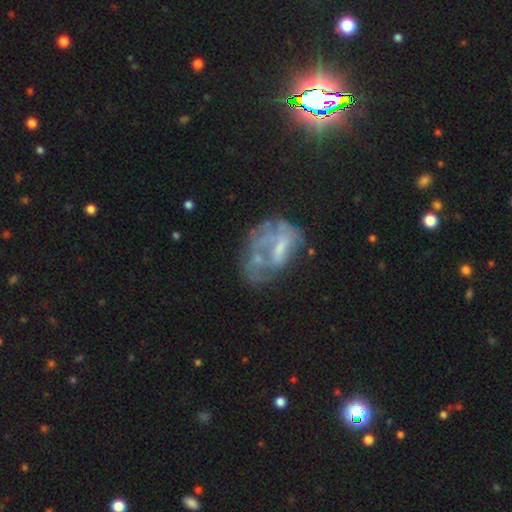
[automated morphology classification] smooth-or-featured: featured or disk: 57% | star or artifact: 23% | smooth: 20%
  disk-edge-on: no: 96% | yes: 4%
    bar: no: 60% | weak: 29% | strong: 11%
    has-spiral-arms: no: 62% | yes: 38%
    bulge-size: none: 42% | small: 34% | moderate: 21% | large: 2% | dominant: 1%
  merging: none: 36% | major disturbance: 35% | minor disturbance: 21% | merger: 9%